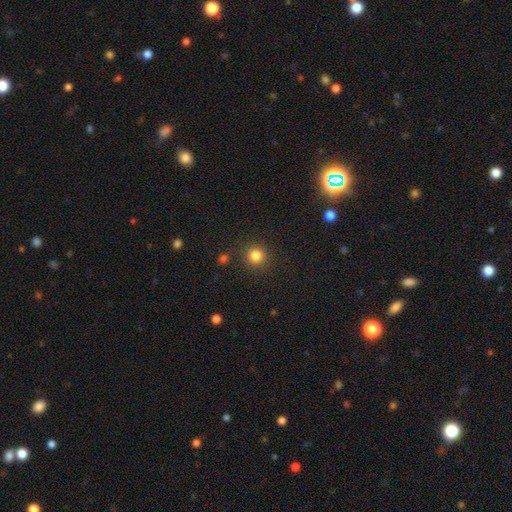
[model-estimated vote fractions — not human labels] Overall: smooth (83%). How rounded: round (93%). Merging: none (88%).